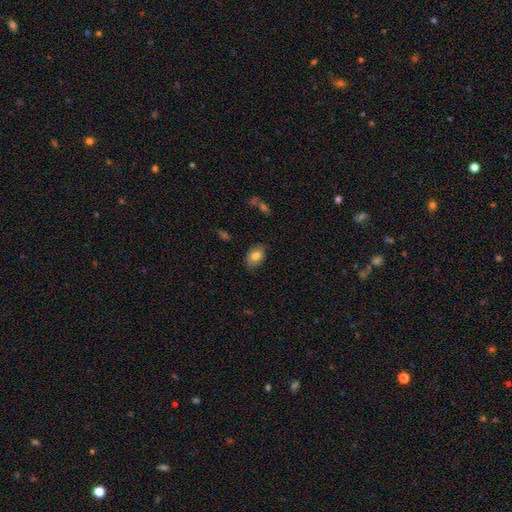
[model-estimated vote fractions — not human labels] smooth-or-featured: smooth: 80% | featured or disk: 12% | star or artifact: 8%
  how-rounded: in between: 85% | round: 14% | cigar-shaped: 1%
  merging: none: 81% | minor disturbance: 15% | major disturbance: 3% | merger: 1%